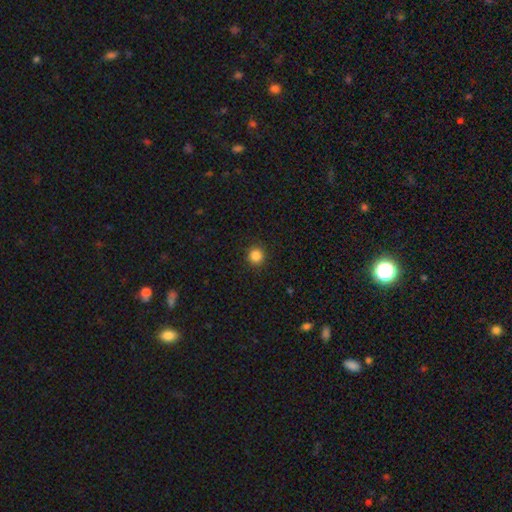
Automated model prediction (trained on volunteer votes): Morphology: type=smooth (85%); roundness=round (95%); merging=none (91%).